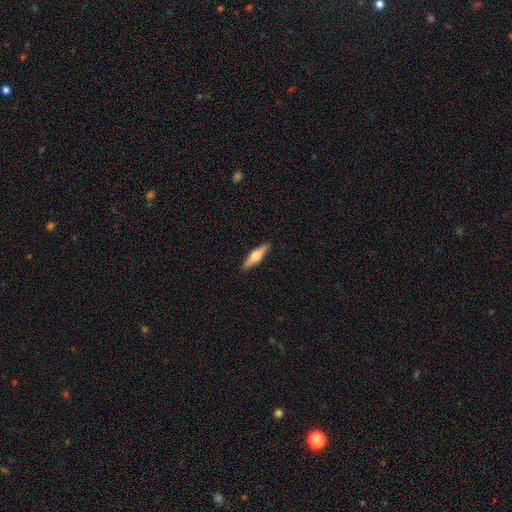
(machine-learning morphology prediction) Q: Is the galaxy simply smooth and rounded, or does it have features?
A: smooth — 48%.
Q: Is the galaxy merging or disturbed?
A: none — 90%.